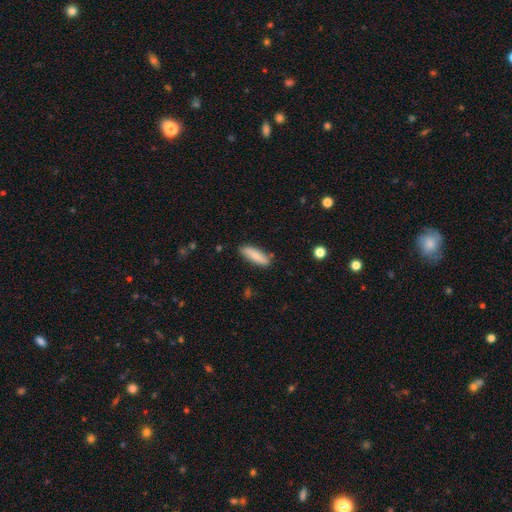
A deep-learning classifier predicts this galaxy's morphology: Smooth or featured?
  - smooth: 79% *
  - featured or disk: 15%
  - star or artifact: 6%
How rounded?
  - cigar-shaped: 52% *
  - in between: 46%
  - round: 2%
Merging?
  - none: 84% *
  - minor disturbance: 12%
  - major disturbance: 2%
  - merger: 2%